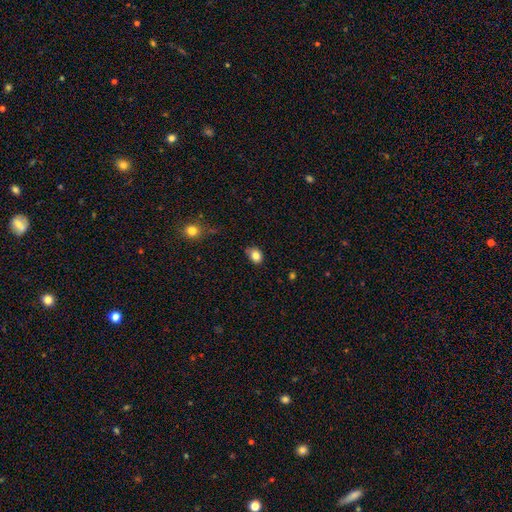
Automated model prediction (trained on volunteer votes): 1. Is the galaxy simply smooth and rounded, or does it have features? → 82% smooth, 10% star or artifact, 7% featured or disk.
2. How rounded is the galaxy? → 54% in between, 45% round, 1% cigar-shaped.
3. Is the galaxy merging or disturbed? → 71% none, 23% minor disturbance, 4% major disturbance, 2% merger.